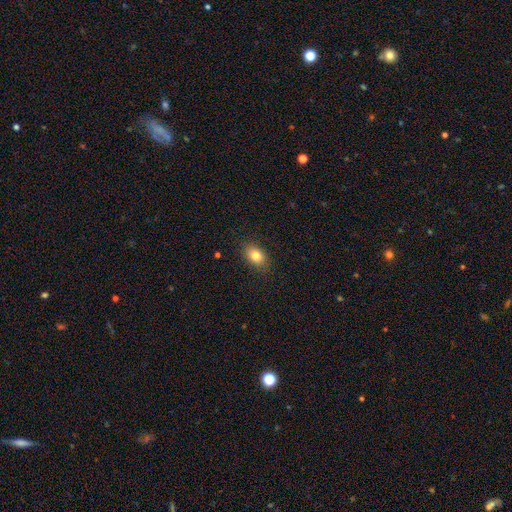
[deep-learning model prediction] Smooth or featured? smooth (82%)
How rounded? in between (79%)
Merging? none (87%)